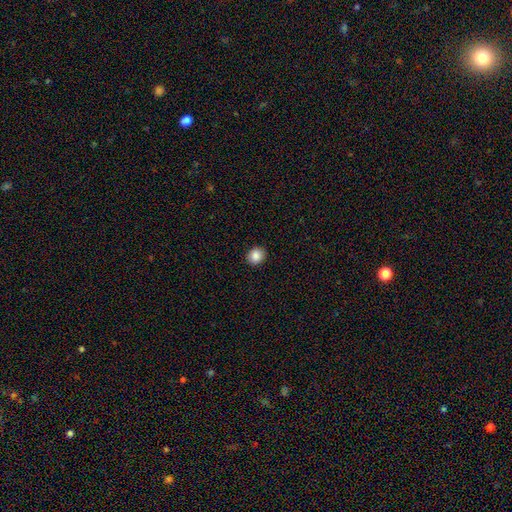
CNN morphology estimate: A smooth galaxy with no disk features (87%) that is round (78%). Merging: none (92%).